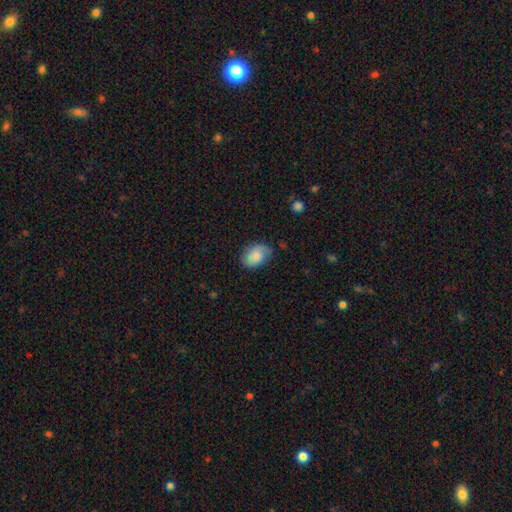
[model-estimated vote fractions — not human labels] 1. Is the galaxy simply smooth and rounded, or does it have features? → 75% smooth, 17% featured or disk, 7% star or artifact.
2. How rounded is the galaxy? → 85% in between, 13% round, 1% cigar-shaped.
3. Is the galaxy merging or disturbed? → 65% none, 27% minor disturbance, 7% major disturbance, 1% merger.